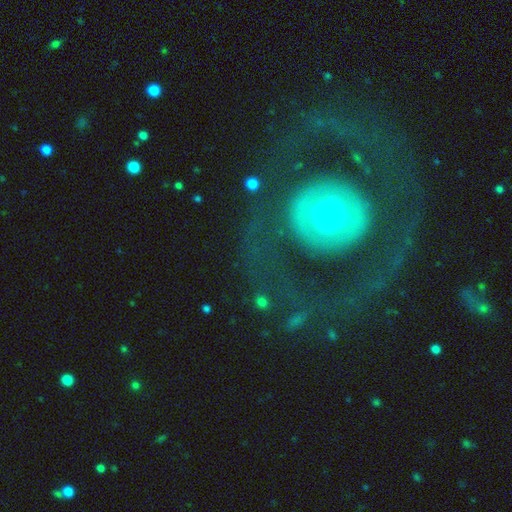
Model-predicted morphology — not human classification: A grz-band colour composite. It shows a featured or disk galaxy (62%) with no bar (73%), no spiral arms (68%) and a moderate central bulge (59%). Merging: none (76%).